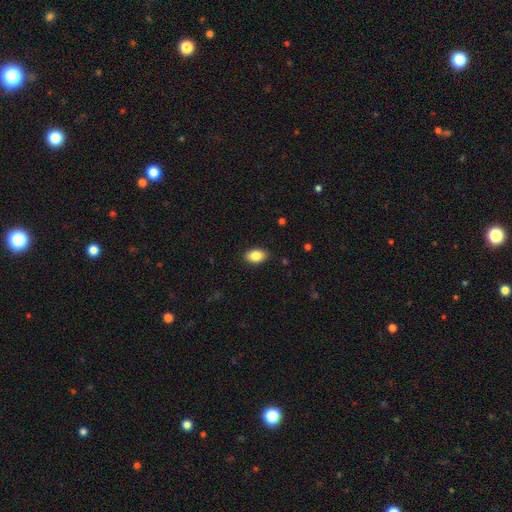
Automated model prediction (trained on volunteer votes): Smooth or featured? Predicted: smooth (p=0.85). How rounded? Predicted: in between (p=0.90). Merging? Predicted: none (p=0.88).